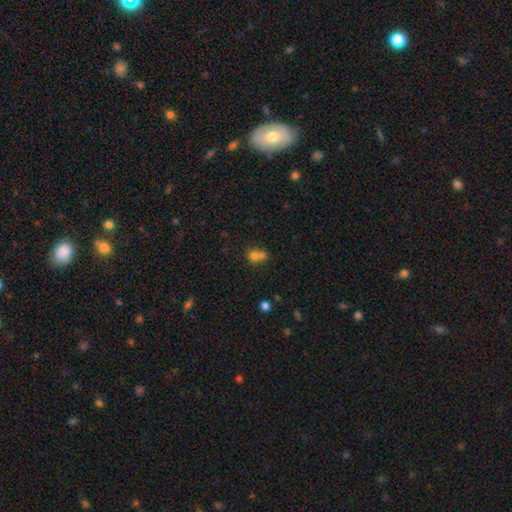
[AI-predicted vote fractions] smooth_or_featured: smooth (p=0.70) [alt: featured or disk p=0.16]
how_rounded: round (p=0.68) [alt: in between p=0.30]
merging: merger (p=0.62) [alt: none p=0.28]